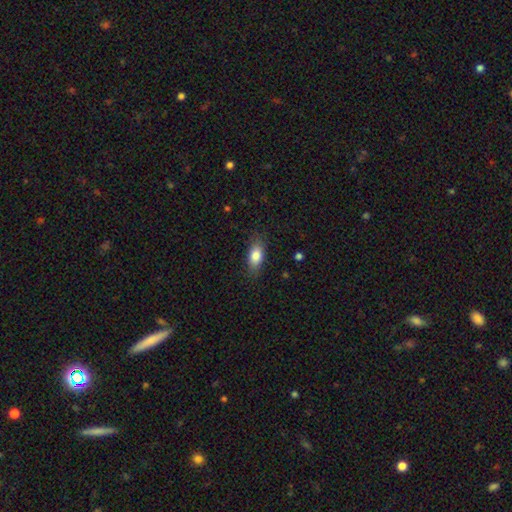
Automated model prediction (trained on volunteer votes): Smooth or featured? smooth (83%)
How rounded? in between (85%)
Merging? none (81%)